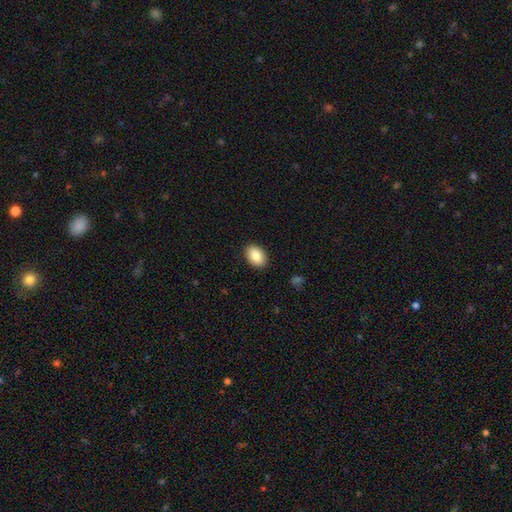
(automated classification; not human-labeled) smooth 86%, featured or disk 7%, star or artifact 7%. Down the decision tree: how rounded — in between (88%); merging — none (90%).